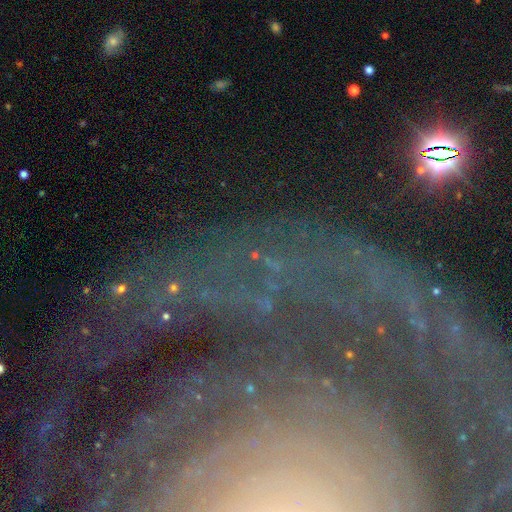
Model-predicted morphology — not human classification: Q: Smooth or featured?
A: star or artifact (65%); runner-up: featured or disk (21%)